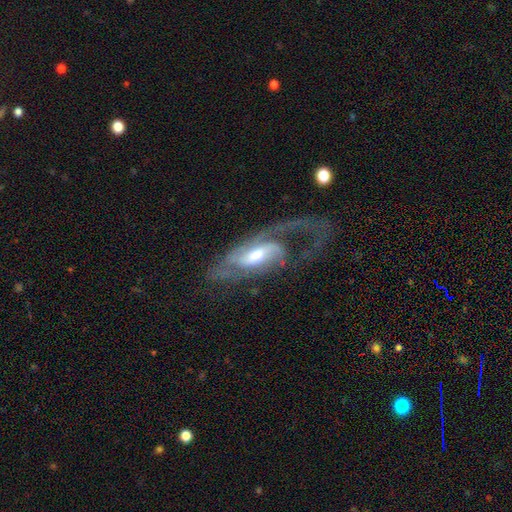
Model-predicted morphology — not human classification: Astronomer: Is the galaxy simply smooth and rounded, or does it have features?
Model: featured or disk — 84%.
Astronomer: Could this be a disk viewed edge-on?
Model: no — 91%.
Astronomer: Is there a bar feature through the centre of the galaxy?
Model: weak — 42% (runner-up: no, 35%).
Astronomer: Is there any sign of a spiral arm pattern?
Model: yes — 93%.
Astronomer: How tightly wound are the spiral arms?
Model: medium — 43% (runner-up: loose, 34%).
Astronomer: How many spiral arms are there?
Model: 2 — 41% (runner-up: 1, 39%).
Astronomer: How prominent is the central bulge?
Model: moderate — 62%.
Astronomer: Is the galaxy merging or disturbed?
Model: major disturbance — 44% (runner-up: none, 37%).